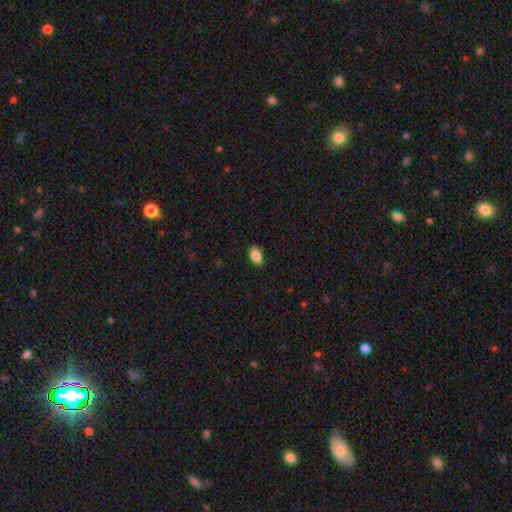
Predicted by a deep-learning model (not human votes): smooth_or_featured: smooth (p=0.85) [alt: star or artifact p=0.07]
how_rounded: in between (p=0.91) [alt: round p=0.06]
merging: none (p=0.87) [alt: minor disturbance p=0.10]